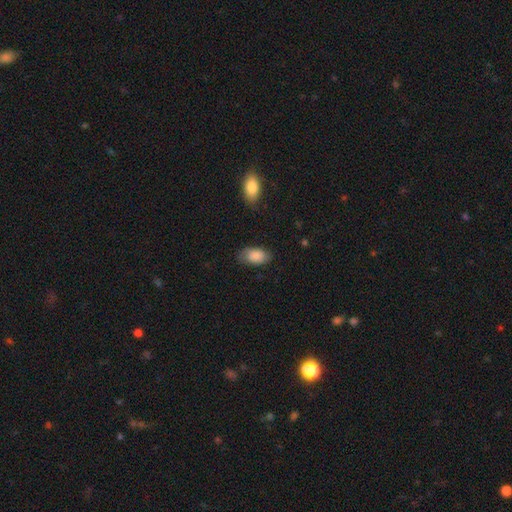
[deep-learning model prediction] A smooth galaxy with no disk features (83%) that is in between round and cigar-shaped (94%).

Vote fractions:
- Smooth or featured? smooth: 83% / featured or disk: 10% / star or artifact: 7%
- How rounded? in between: 94% / round: 4% / cigar-shaped: 2%
- Merging? none: 74% / minor disturbance: 20% / major disturbance: 5% / merger: 1%